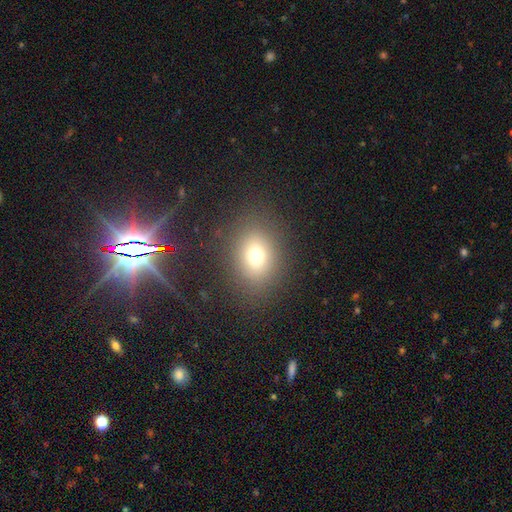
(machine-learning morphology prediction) Overall: smooth (71%). How rounded: in between (53%; round 45%). Merging: none (83%).